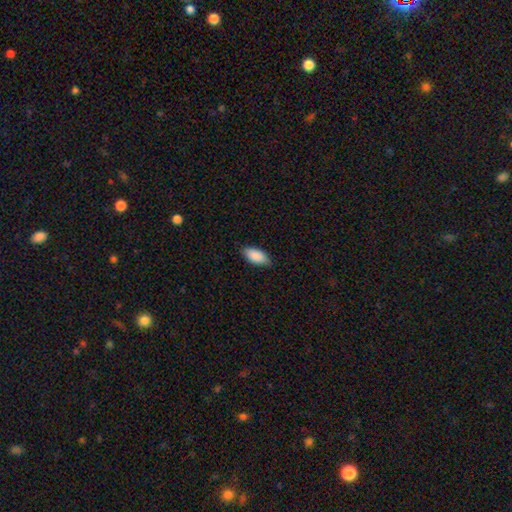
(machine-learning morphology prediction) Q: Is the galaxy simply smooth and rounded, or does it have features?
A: smooth — 90%.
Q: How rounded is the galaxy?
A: in between — 90%.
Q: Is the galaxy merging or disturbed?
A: none — 84%.